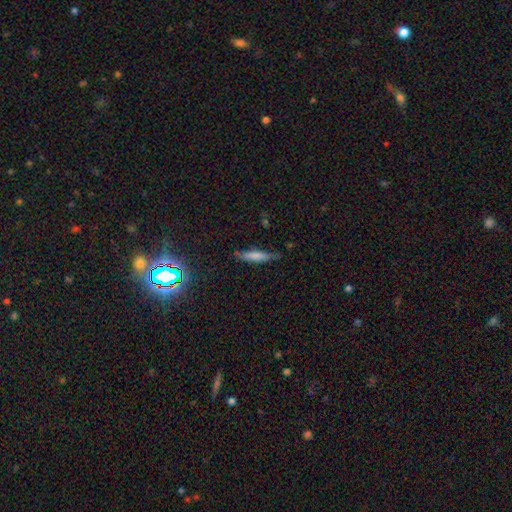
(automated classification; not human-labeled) Smooth or featured: smooth — 67% (featured or disk — 24%)
How rounded: cigar-shaped — 86% (in between — 13%)
Merging: none — 73% (minor disturbance — 20%)